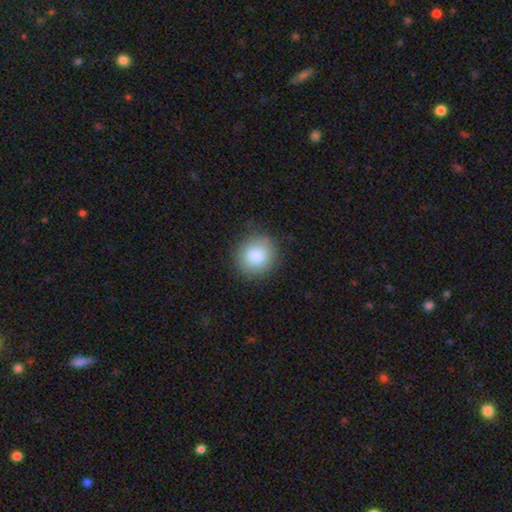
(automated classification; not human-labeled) Smooth or featured? Predicted: smooth (p=0.82). How rounded? Predicted: round (p=0.85). Merging? Predicted: none (p=0.83).